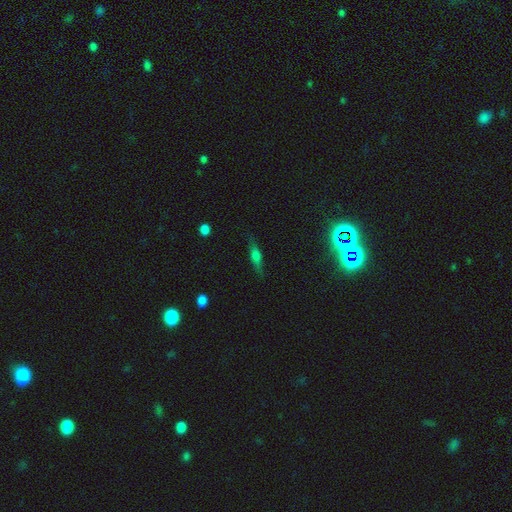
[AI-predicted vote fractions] A featured or disk galaxy (47%). Merging: none (82%).